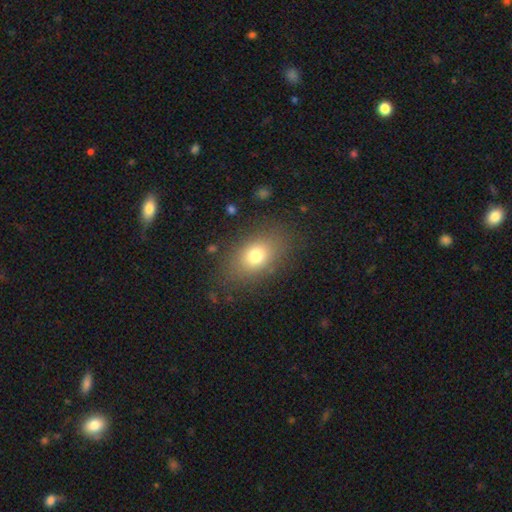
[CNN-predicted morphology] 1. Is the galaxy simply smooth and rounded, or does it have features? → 75% smooth, 13% featured or disk, 12% star or artifact.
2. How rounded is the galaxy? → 77% in between, 21% round, 2% cigar-shaped.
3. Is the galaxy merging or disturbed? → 81% none, 11% minor disturbance, 6% major disturbance, 2% merger.